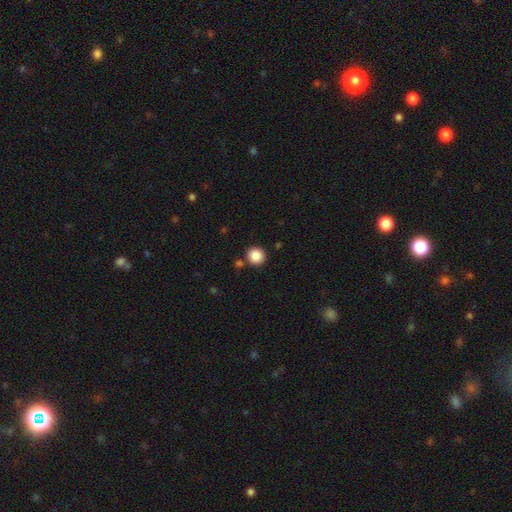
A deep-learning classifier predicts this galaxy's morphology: Smooth or featured? Predicted: smooth (p=0.87). How rounded? Predicted: round (p=0.93). Merging? Predicted: none (p=0.85).